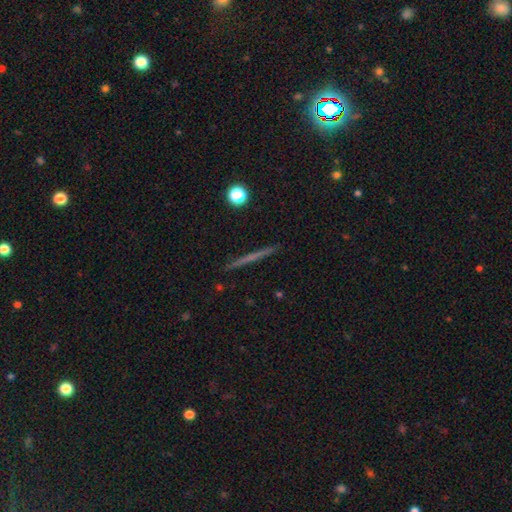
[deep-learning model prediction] Smooth or featured?
  - featured or disk: 47% *
  - smooth: 45%
  - star or artifact: 8%
Merging?
  - none: 93% *
  - minor disturbance: 5%
  - major disturbance: 1%
  - merger: 1%